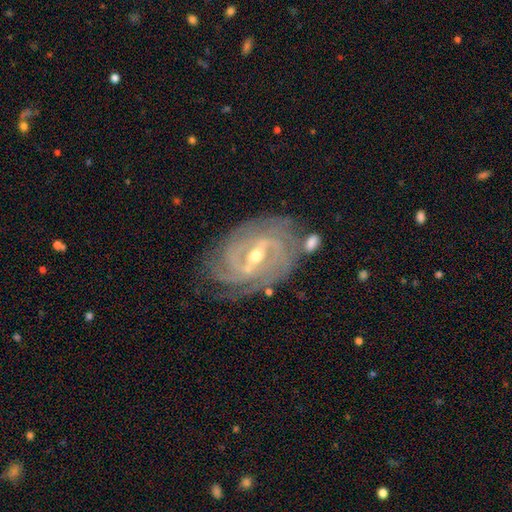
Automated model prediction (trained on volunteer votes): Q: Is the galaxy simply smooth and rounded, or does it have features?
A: featured or disk — 90%.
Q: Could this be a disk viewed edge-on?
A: no — 96%.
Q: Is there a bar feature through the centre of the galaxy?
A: weak — 46%.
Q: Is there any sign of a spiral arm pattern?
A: yes — 98%.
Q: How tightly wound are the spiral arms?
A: tight — 72%.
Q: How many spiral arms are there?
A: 3 — 25%.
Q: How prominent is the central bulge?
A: small — 49%.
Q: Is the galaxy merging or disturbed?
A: none — 75%.